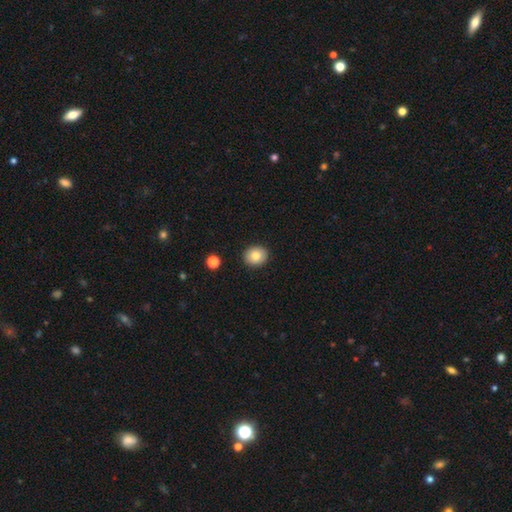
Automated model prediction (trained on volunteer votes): smooth-or-featured: smooth: 82% | featured or disk: 9% | star or artifact: 9%
  how-rounded: round: 69% | in between: 30% | cigar-shaped: 1%
  merging: none: 91% | minor disturbance: 6% | major disturbance: 2% | merger: 1%